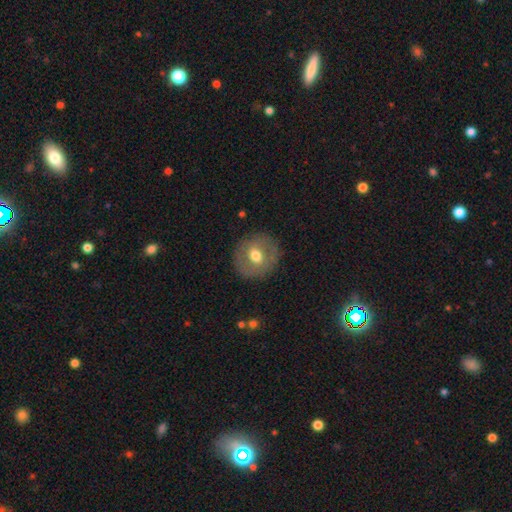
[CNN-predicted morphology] The model was most divided on "smooth or featured": smooth: 53%, featured or disk: 39%, star or artifact: 7%. More confident: how rounded — round (84%); merging — none (84%).